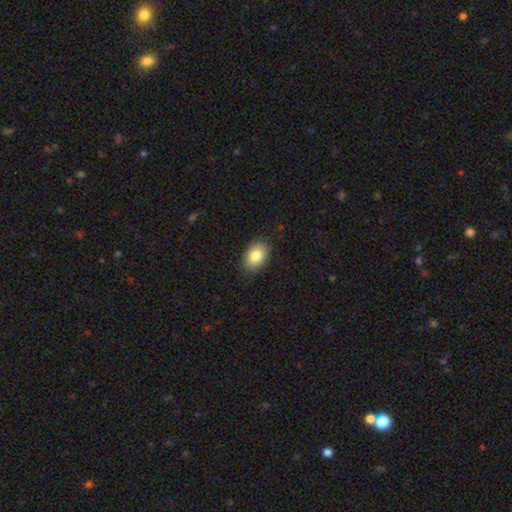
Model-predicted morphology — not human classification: This appears to be a smooth galaxy with no disk features (84%) that is in between round and cigar-shaped (85%). Merging: none (86%).